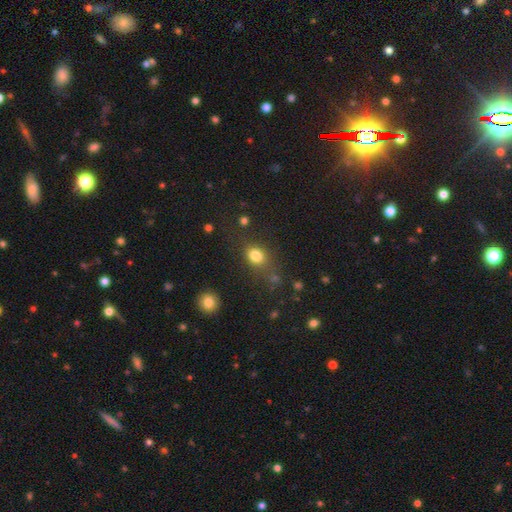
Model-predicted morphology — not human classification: This is clearly a smooth galaxy (80%). How rounded: possibly round (51%). Merging: likely none (68%).